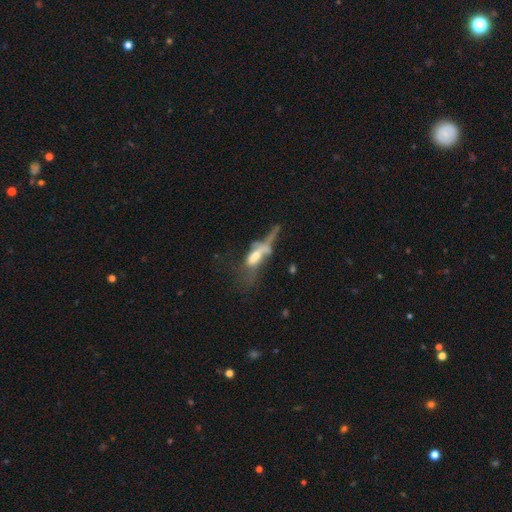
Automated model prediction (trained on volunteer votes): The model was most divided on "merging": major disturbance: 44%, merger: 23%, none: 19%, minor disturbance: 13%. More confident: edge-on disk — no (64%); smooth or featured — featured or disk (55%).